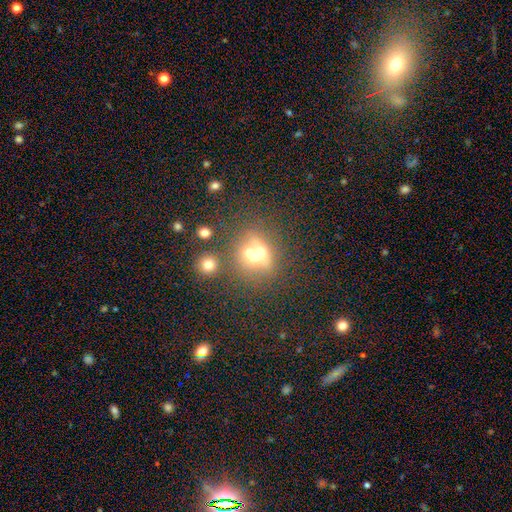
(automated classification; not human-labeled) Smooth or featured? smooth (49%)
Merging? merger (49%)